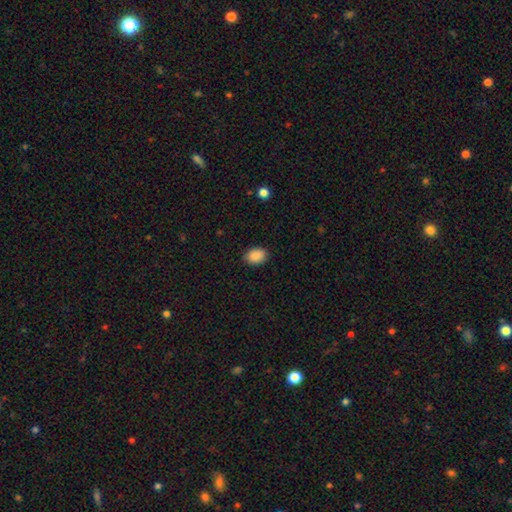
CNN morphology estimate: A smooth galaxy with no disk features (90%) that is in between round and cigar-shaped (76%). Merging: none (88%).